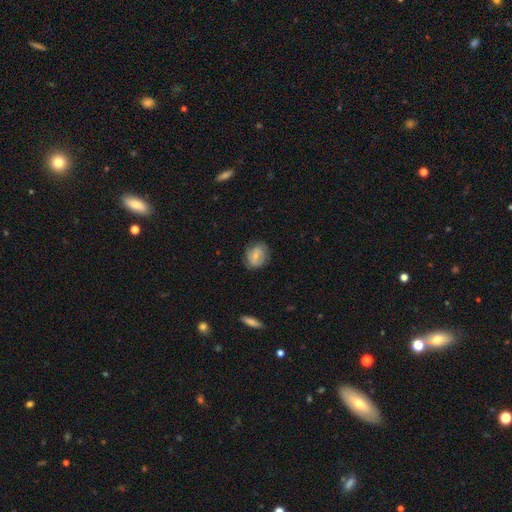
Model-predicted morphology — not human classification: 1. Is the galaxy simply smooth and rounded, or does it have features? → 58% smooth, 34% featured or disk, 8% star or artifact.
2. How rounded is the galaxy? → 52% round, 47% in between, 2% cigar-shaped.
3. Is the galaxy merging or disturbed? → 74% none, 19% minor disturbance, 6% major disturbance, 1% merger.